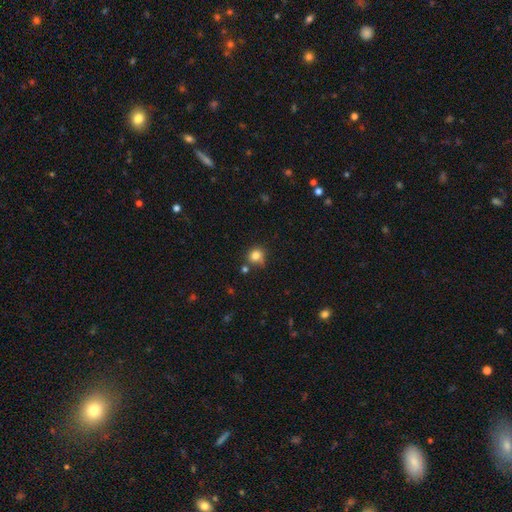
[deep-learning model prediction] Smooth or featured? Predicted: smooth (p=0.81). How rounded? Predicted: round (p=0.86). Merging? Predicted: none (p=0.66).